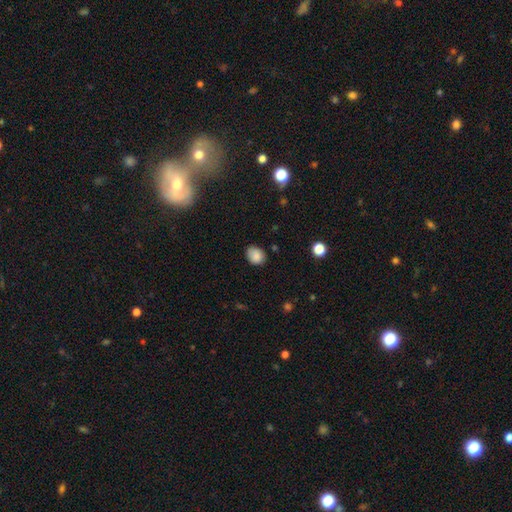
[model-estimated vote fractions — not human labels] The model was most divided on "how rounded": round: 51%, in between: 48%, cigar-shaped: 1%. More confident: smooth or featured — smooth (86%); merging — none (76%).